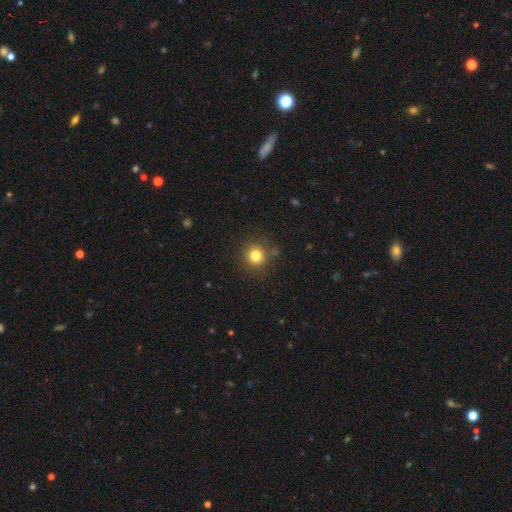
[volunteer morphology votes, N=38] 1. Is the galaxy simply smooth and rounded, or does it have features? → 95% smooth, 5% star or artifact, 0% featured or disk.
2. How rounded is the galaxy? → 97% round, 3% in between, 0% cigar-shaped.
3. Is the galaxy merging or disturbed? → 94% none, 3% minor disturbance, 3% merger, 0% major disturbance.